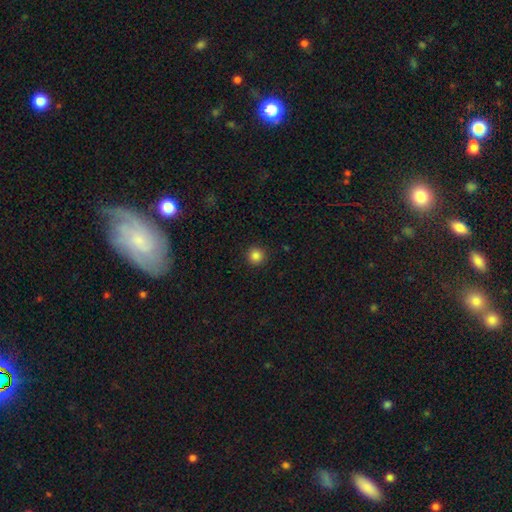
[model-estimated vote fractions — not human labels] smooth_or_featured: smooth (p=0.85) [alt: star or artifact p=0.12]
how_rounded: round (p=0.95) [alt: in between p=0.04]
merging: none (p=0.92) [alt: minor disturbance p=0.05]